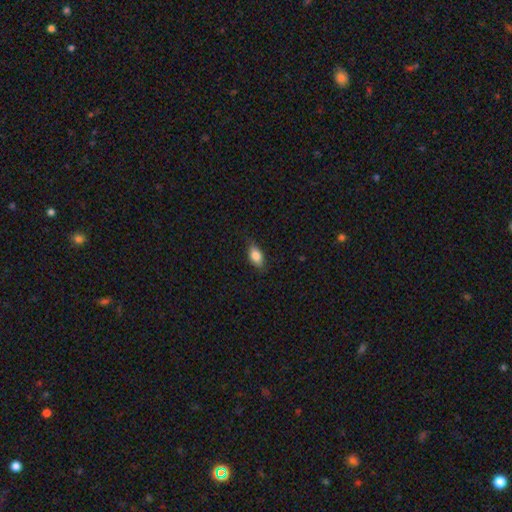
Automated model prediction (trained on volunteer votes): smooth 82%, featured or disk 11%, star or artifact 7%. Down the decision tree: how rounded — in between (87%); merging — none (80%).